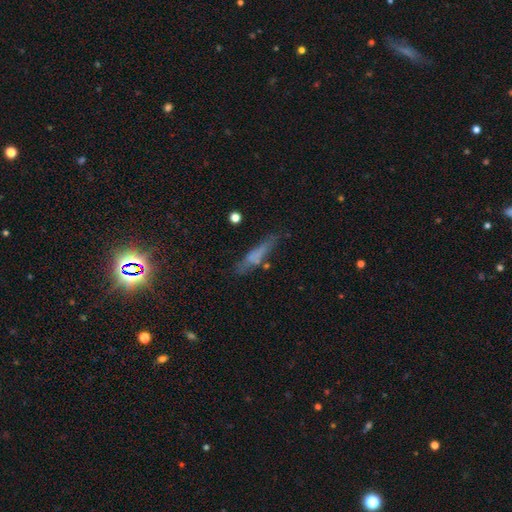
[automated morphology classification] This is possibly a smooth galaxy (59%). How rounded: likely cigar-shaped (78%). Merging: possibly none (60%).